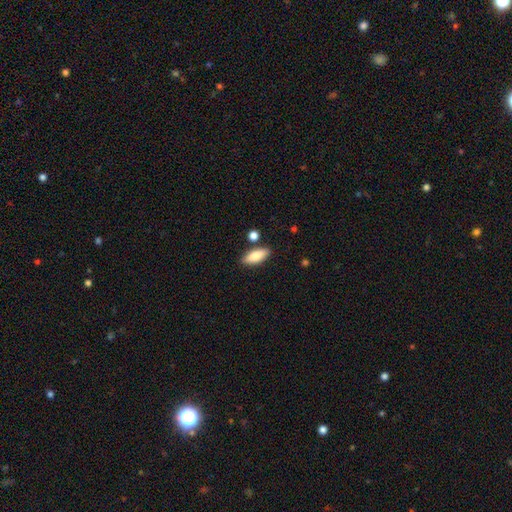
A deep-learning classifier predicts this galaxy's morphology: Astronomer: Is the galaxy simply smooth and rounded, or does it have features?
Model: smooth — 84%.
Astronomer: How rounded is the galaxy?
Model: in between — 77%.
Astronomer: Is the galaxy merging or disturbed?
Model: none — 81%.